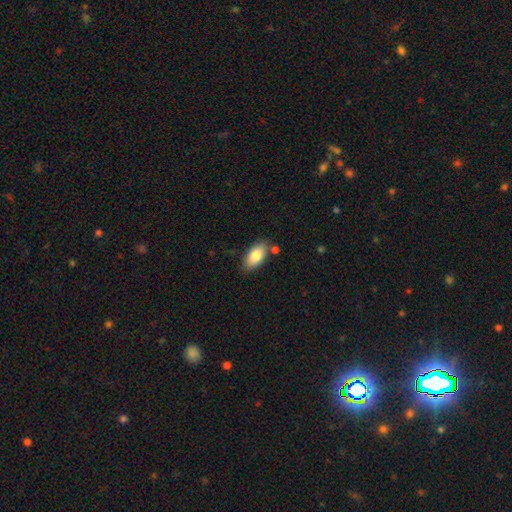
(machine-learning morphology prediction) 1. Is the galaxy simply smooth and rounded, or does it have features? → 84% smooth, 10% featured or disk, 6% star or artifact.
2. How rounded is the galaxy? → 93% in between, 4% cigar-shaped, 3% round.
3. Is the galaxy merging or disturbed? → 76% none, 14% minor disturbance, 7% merger, 3% major disturbance.